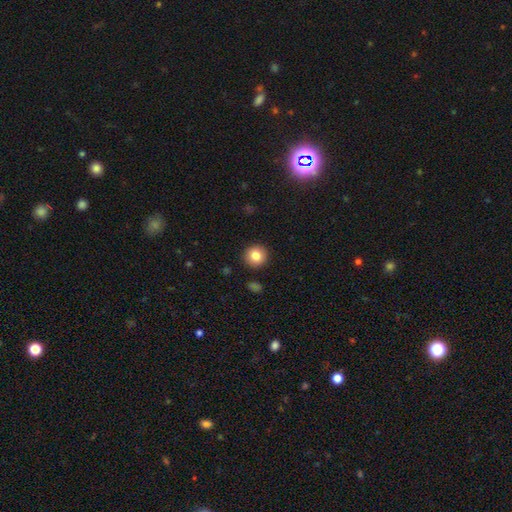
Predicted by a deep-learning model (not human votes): Smooth or featured: smooth — 84% (star or artifact — 10%)
How rounded: round — 93% (in between — 6%)
Merging: none — 91% (minor disturbance — 5%)